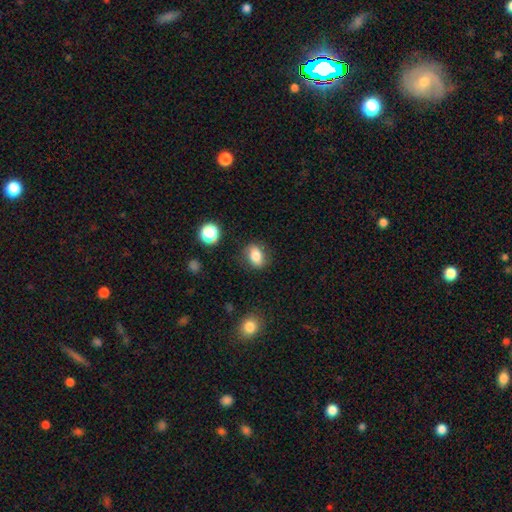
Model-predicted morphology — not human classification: Smooth or featured: smooth — 78% (featured or disk — 12%)
How rounded: in between — 72% (round — 26%)
Merging: none — 80% (minor disturbance — 14%)